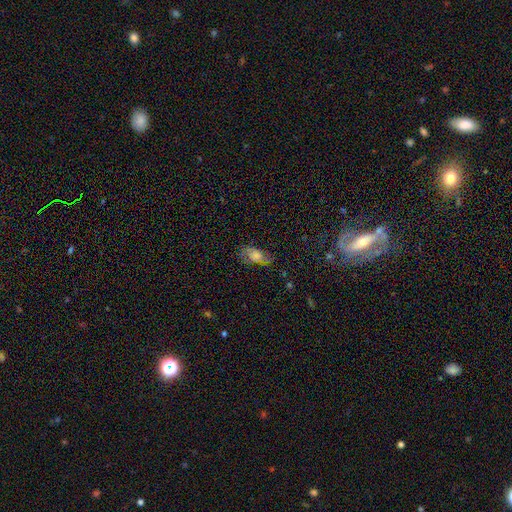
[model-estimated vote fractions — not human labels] This is likely a smooth galaxy (63%). How rounded: clearly in between (88%). Merging: possibly none (56%).